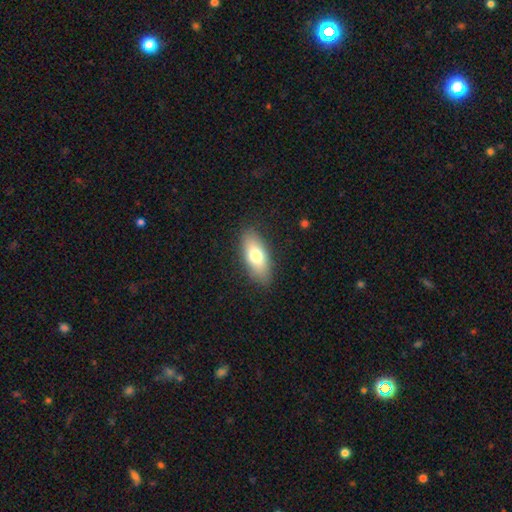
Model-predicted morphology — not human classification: The model was most divided on "smooth or featured": smooth: 72%, featured or disk: 20%, star or artifact: 7%. More confident: merging — none (87%); how rounded — in between (80%).